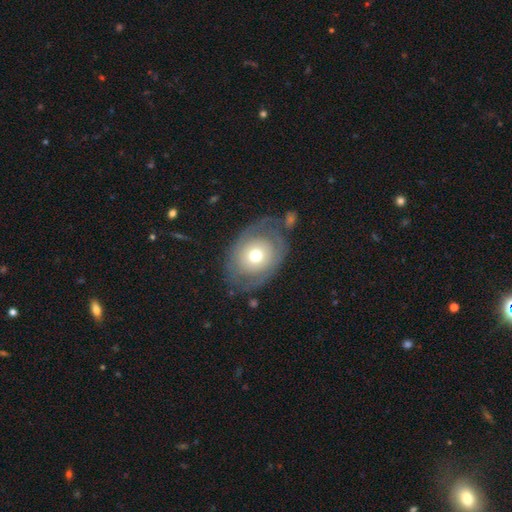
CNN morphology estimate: featured or disk 50%, smooth 43%, star or artifact 7%. Down the decision tree: edge-on disk — no (94%); merging — none (65%).